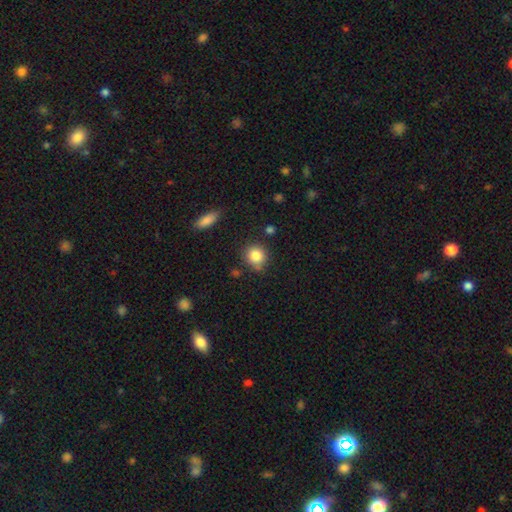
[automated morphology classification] A smooth galaxy with no disk features (84%) that is round (84%). Merging: none (77%).